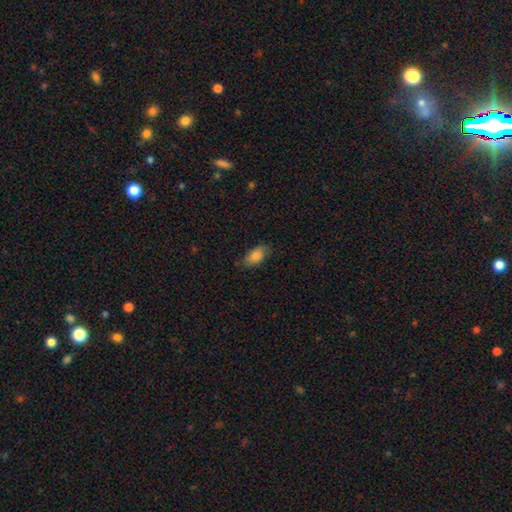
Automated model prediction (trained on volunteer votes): Smooth or featured: smooth — 83% (featured or disk — 10%)
How rounded: in between — 92% (round — 4%)
Merging: none — 76% (minor disturbance — 19%)